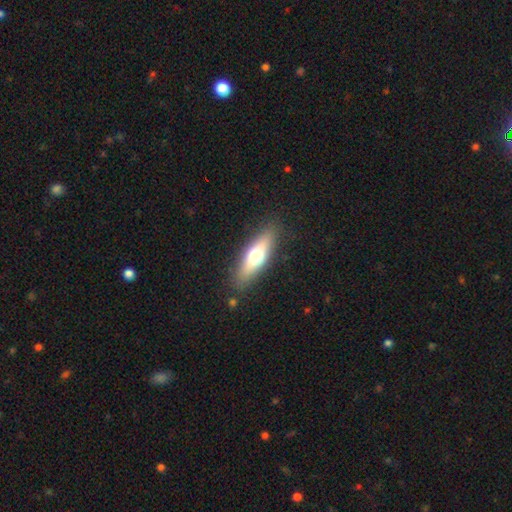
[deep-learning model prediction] Q: Smooth or featured?
A: smooth (57%); runner-up: featured or disk (36%)
Q: How rounded?
A: cigar-shaped (53%); runner-up: in between (44%)
Q: Merging?
A: none (87%); runner-up: minor disturbance (9%)